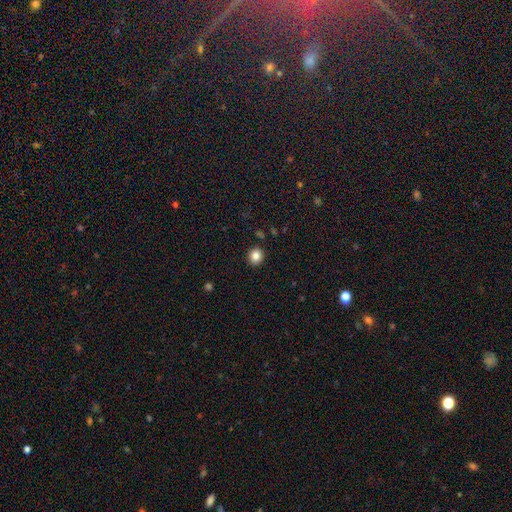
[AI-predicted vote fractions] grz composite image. It shows a smooth galaxy with no disk features (84%) that is round (83%). Merging: none (91%).